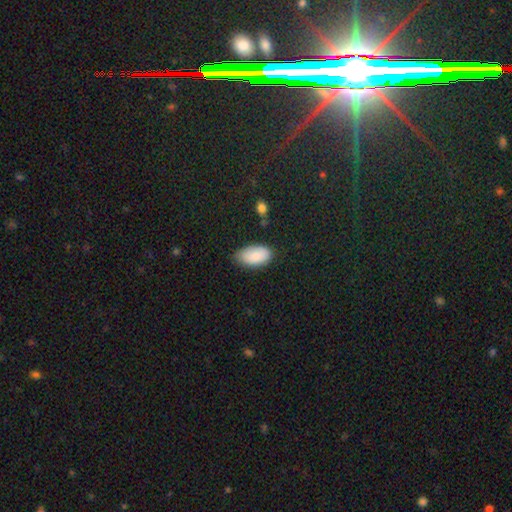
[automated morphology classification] Q: Smooth or featured?
A: smooth (88%); runner-up: star or artifact (6%)
Q: How rounded?
A: in between (95%); runner-up: round (3%)
Q: Merging?
A: none (68%); runner-up: minor disturbance (26%)